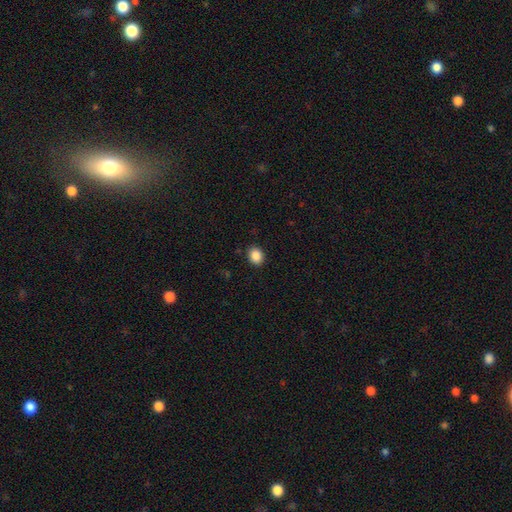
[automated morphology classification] smooth 88%, star or artifact 9%, featured or disk 3%. Down the decision tree: how rounded — round (51%); merging — none (90%).